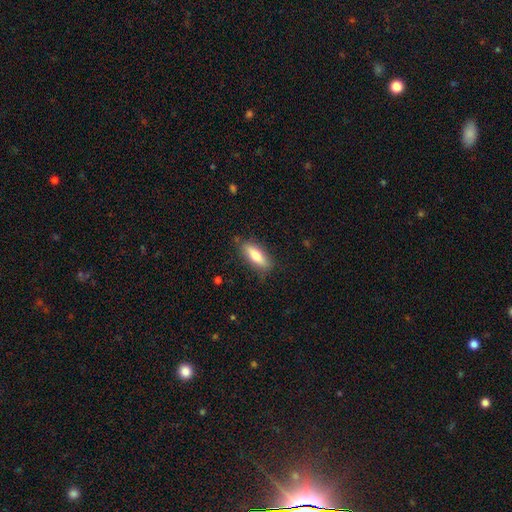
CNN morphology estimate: Smooth or featured?
  - smooth: 71% *
  - featured or disk: 23%
  - star or artifact: 6%
How rounded?
  - in between: 56% *
  - cigar-shaped: 42%
  - round: 2%
Merging?
  - none: 83% *
  - minor disturbance: 13%
  - major disturbance: 3%
  - merger: 1%